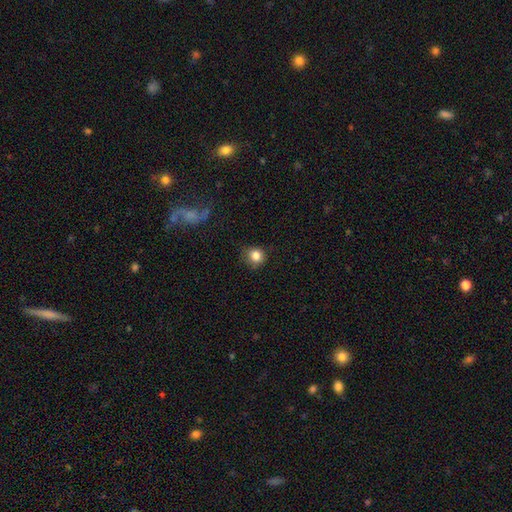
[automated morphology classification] This is clearly a smooth galaxy (83%). How rounded: clearly round (81%). Merging: likely none (73%).